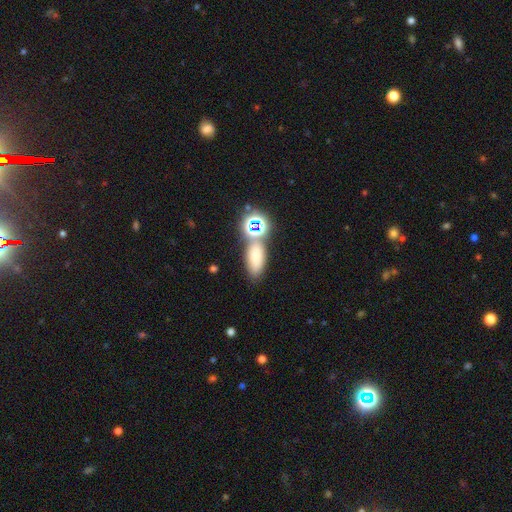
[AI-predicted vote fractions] smooth 66%, star or artifact 23%, featured or disk 10%. Down the decision tree: how rounded — in between (74%); merging — none (61%).